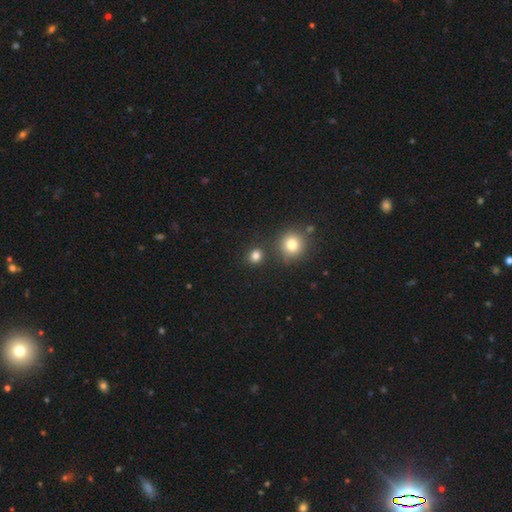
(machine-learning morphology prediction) Q: Smooth or featured?
A: smooth (80%); runner-up: star or artifact (15%)
Q: How rounded?
A: round (81%); runner-up: in between (18%)
Q: Merging?
A: none (85%); runner-up: minor disturbance (7%)